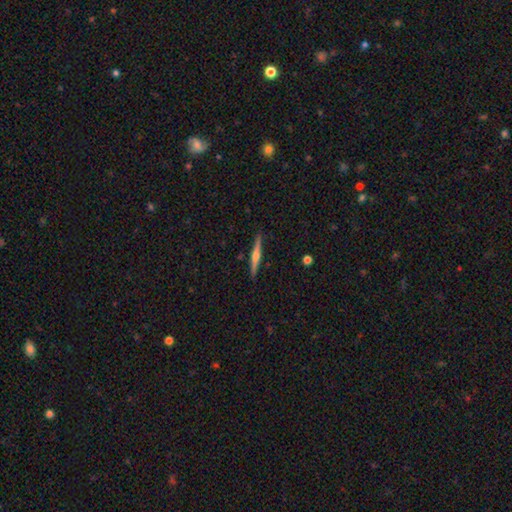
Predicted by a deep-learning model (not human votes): Smooth or featured? featured or disk (68%)
Edge-on disk? yes (98%)
Edge-on bulge? rounded (87%)
Merging? none (91%)